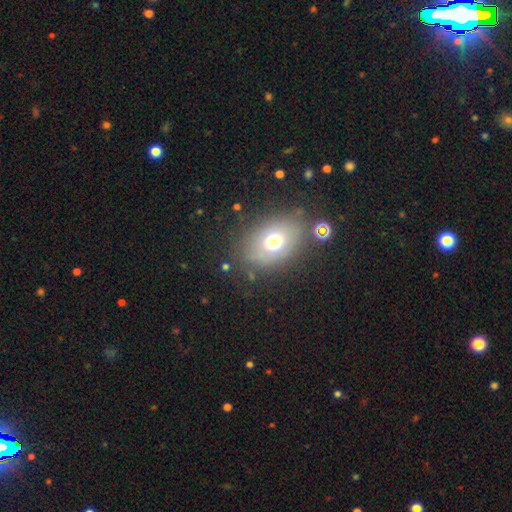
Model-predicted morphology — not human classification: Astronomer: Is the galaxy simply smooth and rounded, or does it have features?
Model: smooth — 63%.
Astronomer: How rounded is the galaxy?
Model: in between — 73%.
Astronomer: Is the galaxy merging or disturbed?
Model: none — 78%.